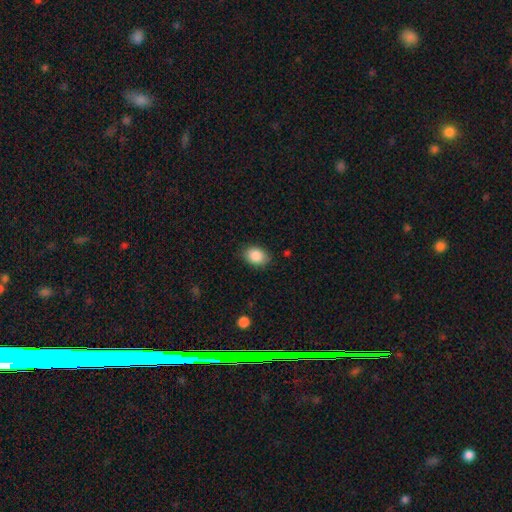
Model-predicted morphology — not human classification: This appears to be a smooth galaxy with no disk features (87%) that is in between round and cigar-shaped (73%). Merging: none (84%).